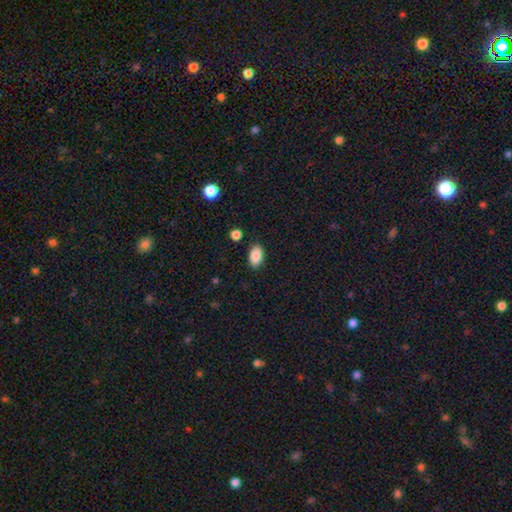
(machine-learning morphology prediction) smooth-or-featured: smooth: 87% | star or artifact: 8% | featured or disk: 5%
  how-rounded: in between: 92% | round: 6% | cigar-shaped: 2%
  merging: none: 85% | minor disturbance: 10% | major disturbance: 2% | merger: 2%